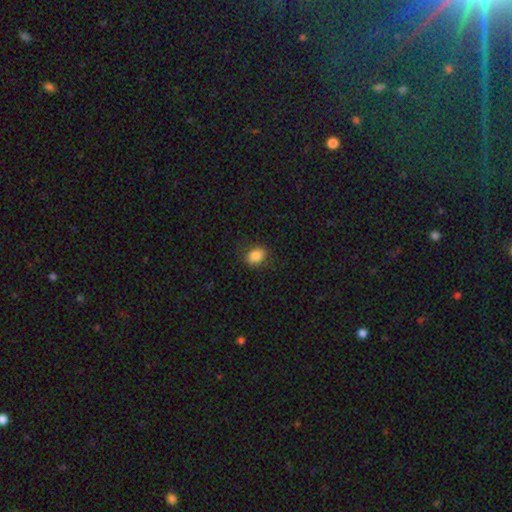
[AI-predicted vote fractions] smooth 84%, star or artifact 9%, featured or disk 6%. Down the decision tree: how rounded — in between (70%); merging — none (84%).